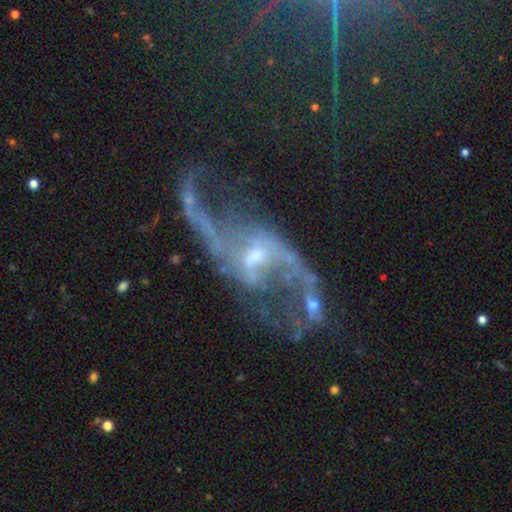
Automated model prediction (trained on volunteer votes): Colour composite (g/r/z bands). It shows a featured or disk galaxy (83%) with a weak bar (41%), 2 (82%) loose (82%) spiral arms (80%) and a small central bulge (50%). Merging: major disturbance (37%).